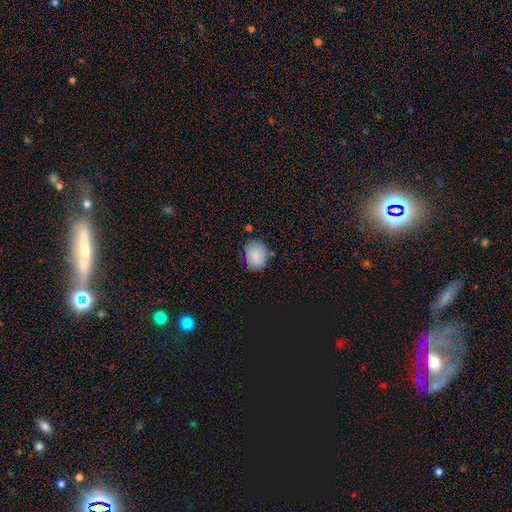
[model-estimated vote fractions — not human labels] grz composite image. It shows a smooth galaxy with no disk features (87%) that is in between round and cigar-shaped (54%). Merging: none (78%).